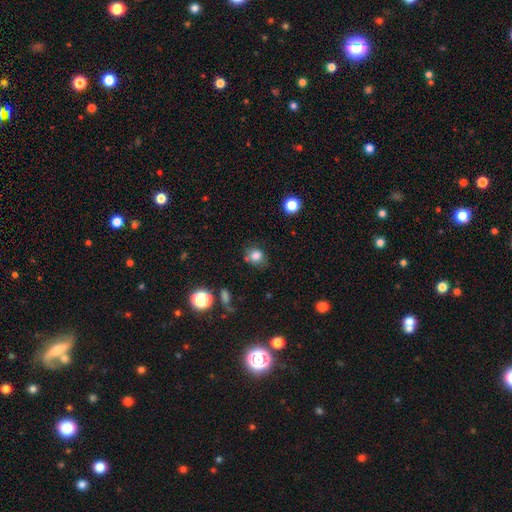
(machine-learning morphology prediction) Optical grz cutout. It shows a smooth galaxy with no disk features (81%) that is round (74%). Merging: none (69%).